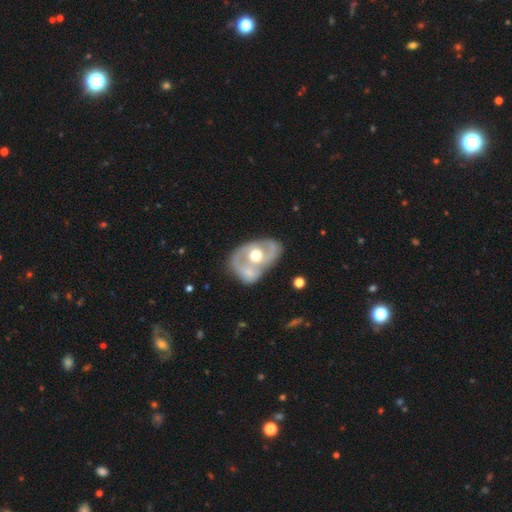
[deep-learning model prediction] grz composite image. It shows a featured or disk galaxy (72%) with no bar (71%), spiral arms (59%) and a moderate central bulge (72%). Merging: none (49%).